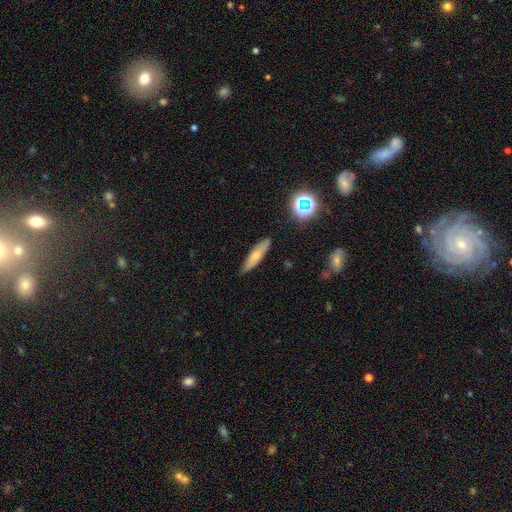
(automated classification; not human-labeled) Smooth or featured?
  - smooth: 69% *
  - featured or disk: 22%
  - star or artifact: 9%
How rounded?
  - cigar-shaped: 73% *
  - in between: 25%
  - round: 2%
Merging?
  - none: 82% *
  - minor disturbance: 14%
  - major disturbance: 2%
  - merger: 2%